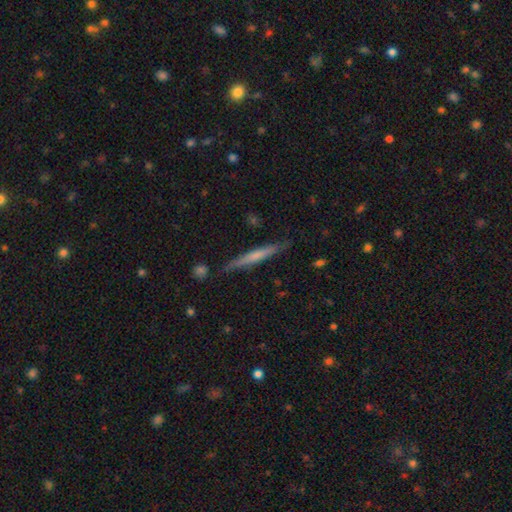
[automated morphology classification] Smooth or featured?
  - smooth: 50% *
  - featured or disk: 44%
  - star or artifact: 6%
Merging?
  - none: 85% *
  - minor disturbance: 11%
  - merger: 2%
  - major disturbance: 2%